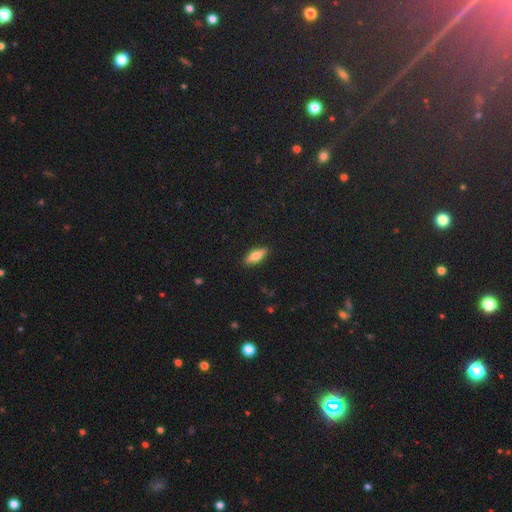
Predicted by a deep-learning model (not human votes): Smooth or featured? smooth (67%)
How rounded? in between (63%)
Merging? none (90%)